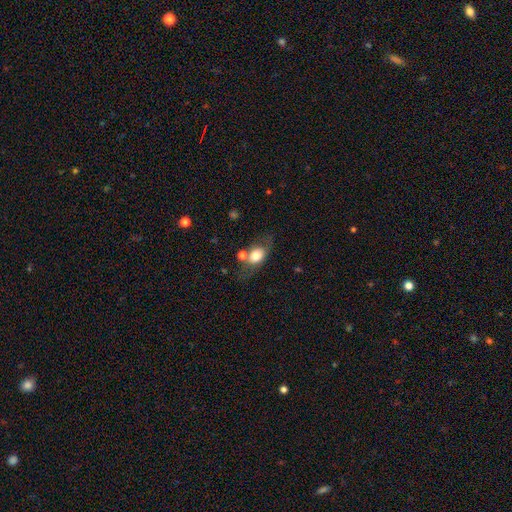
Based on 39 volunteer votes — Volunteers were most divided on "merging": none: 44%, minor disturbance: 31%, merger: 22%, major disturbance: 3%. More confident: how rounded — in between (84%); smooth or featured — smooth (64%).